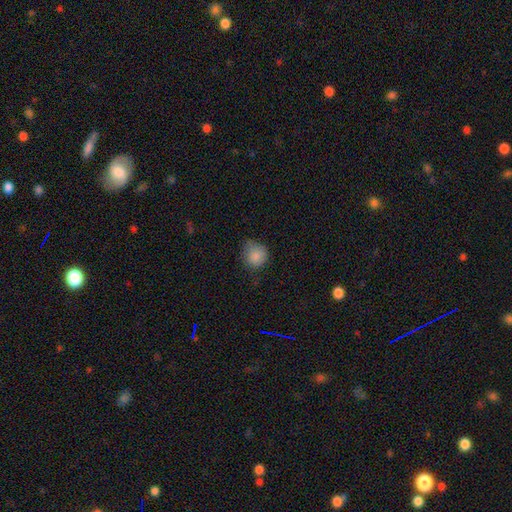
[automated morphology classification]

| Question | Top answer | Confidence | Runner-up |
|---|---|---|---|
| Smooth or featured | smooth | 85% | star or artifact (10%) |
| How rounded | round | 86% | in between (13%) |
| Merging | none | 64% | minor disturbance (29%) |